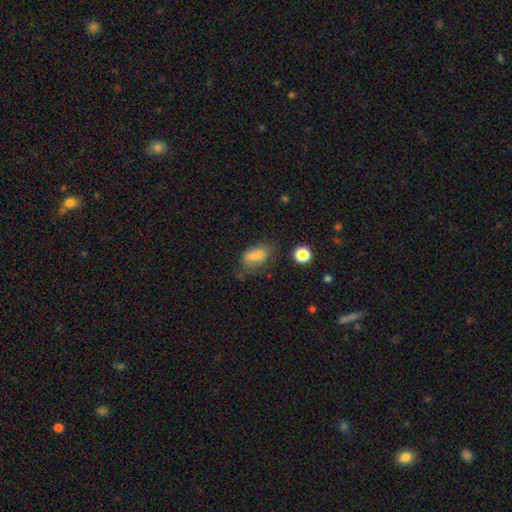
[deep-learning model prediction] A smooth galaxy with no disk features (69%) that is in between round and cigar-shaped (84%).

Vote fractions:
- Smooth or featured? smooth: 69% / featured or disk: 19% / star or artifact: 12%
- How rounded? in between: 84% / round: 11% / cigar-shaped: 5%
- Merging? none: 44% / minor disturbance: 29% / major disturbance: 17% / merger: 10%